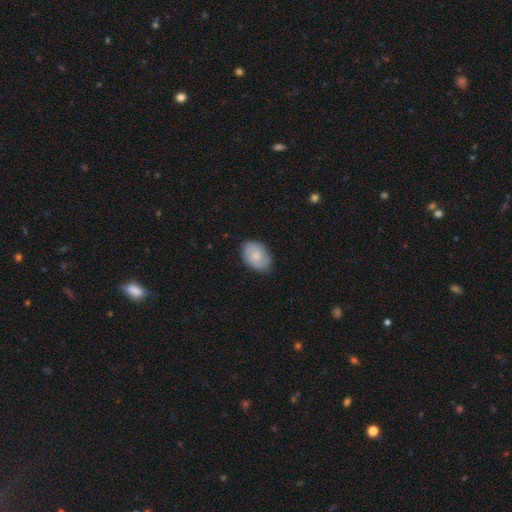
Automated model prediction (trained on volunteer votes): smooth-or-featured: smooth: 57% | featured or disk: 36% | star or artifact: 7%
  how-rounded: in between: 81% | round: 18% | cigar-shaped: 1%
  merging: none: 80% | minor disturbance: 16% | major disturbance: 3% | merger: 1%